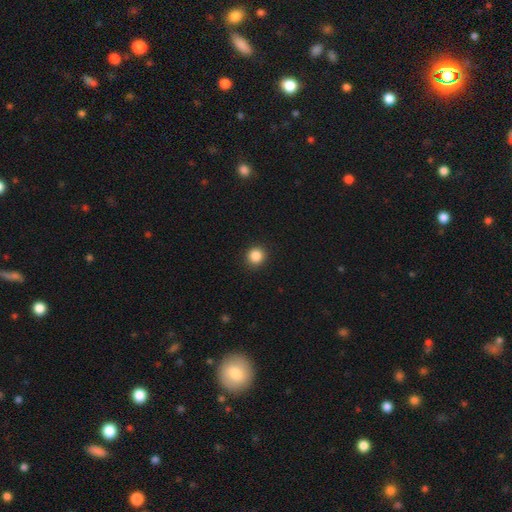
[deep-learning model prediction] smooth_or_featured: smooth (p=0.86) [alt: star or artifact p=0.10]
how_rounded: round (p=0.90) [alt: in between p=0.09]
merging: none (p=0.92) [alt: minor disturbance p=0.05]